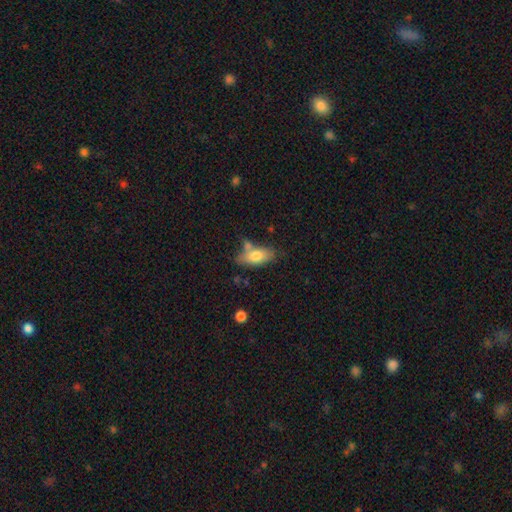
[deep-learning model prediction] This appears to be a smooth galaxy with no disk features (75%) that is in between round and cigar-shaped (85%). Merging: none (60%).